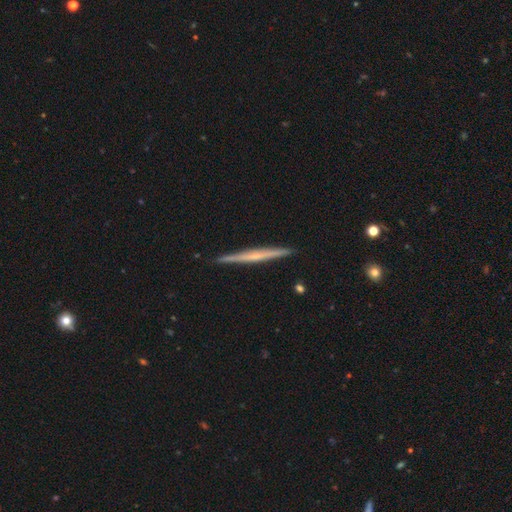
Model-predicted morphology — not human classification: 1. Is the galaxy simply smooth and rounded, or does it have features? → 64% featured or disk, 30% smooth, 5% star or artifact.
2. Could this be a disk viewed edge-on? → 98% yes, 2% no.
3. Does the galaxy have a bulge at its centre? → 58% none, 33% rounded, 9% boxy.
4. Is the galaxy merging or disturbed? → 92% none, 6% minor disturbance, 1% major disturbance, 1% merger.